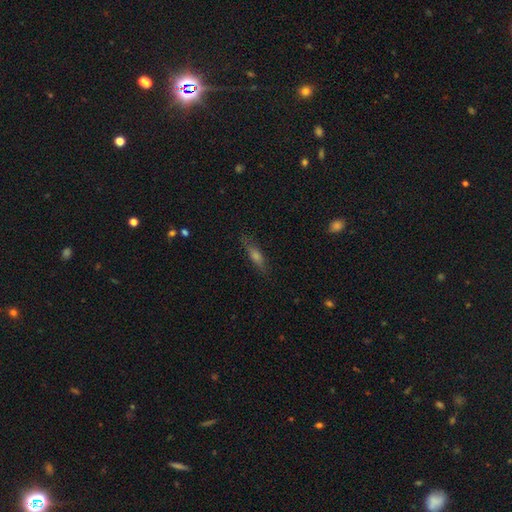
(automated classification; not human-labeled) Smooth or featured?
  - featured or disk: 42% * (tied)
  - smooth: 42% * (tied)
  - star or artifact: 15%
Merging?
  - none: 82% *
  - minor disturbance: 13%
  - major disturbance: 4%
  - merger: 1%